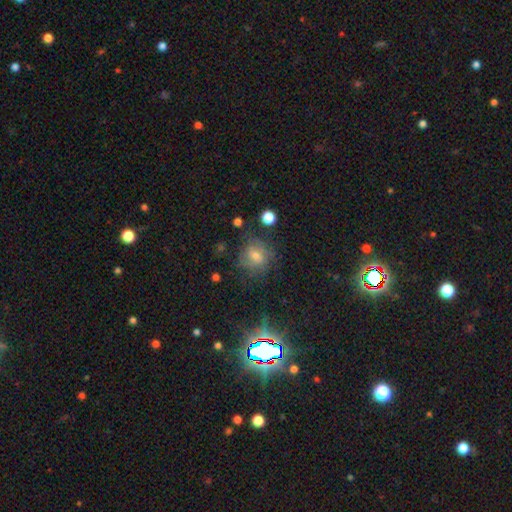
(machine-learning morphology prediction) type=smooth (58%); roundness=round (72%); merging=none (65%).